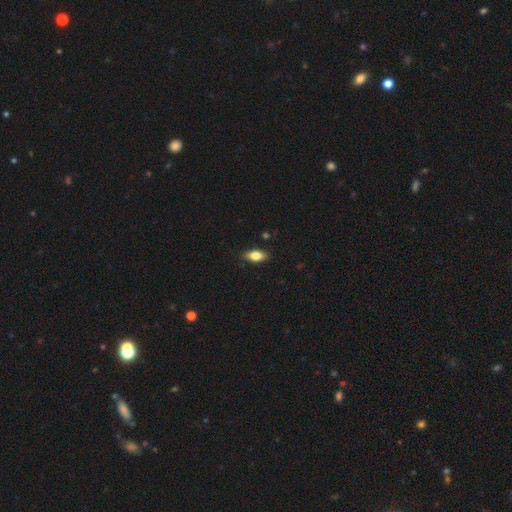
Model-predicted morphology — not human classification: Smooth or featured? Predicted: smooth (p=0.67). How rounded? Predicted: in between (p=0.81). Merging? Predicted: none (p=0.84).